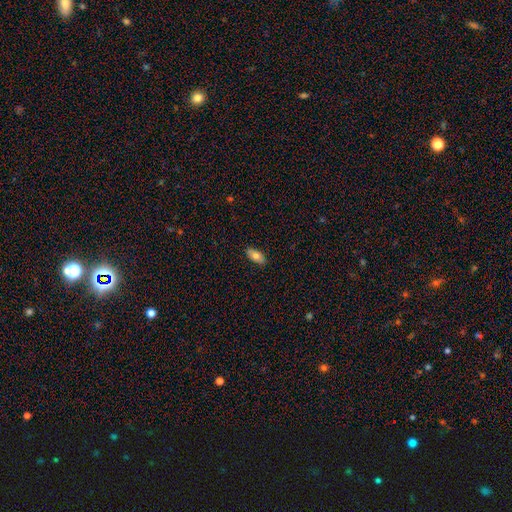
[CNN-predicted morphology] Smooth or featured: smooth — 76% (featured or disk — 17%)
How rounded: in between — 90% (cigar-shaped — 7%)
Merging: none — 86% (minor disturbance — 11%)